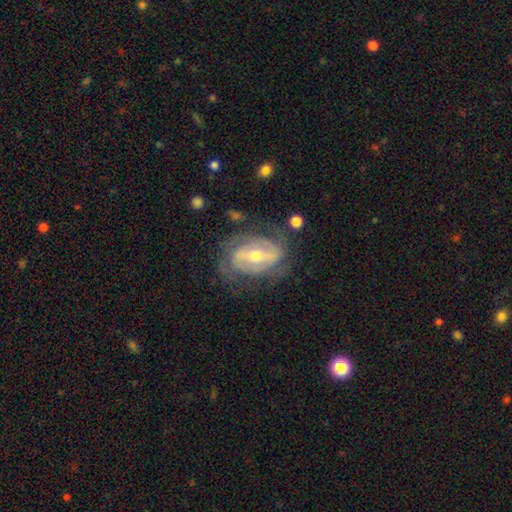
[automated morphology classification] Q: Smooth or featured?
A: featured or disk (83%); runner-up: smooth (12%)
Q: Edge-on disk?
A: no (95%); runner-up: yes (5%)
Q: Bar?
A: strong (54%); runner-up: weak (33%)
Q: Spiral arms?
A: yes (86%); runner-up: no (14%)
Q: Spiral winding?
A: tight (45%); runner-up: medium (39%)
Q: Spiral arm count?
A: 2 (65%); runner-up: can't tell (19%)
Q: Bulge size?
A: moderate (59%); runner-up: small (36%)
Q: Merging?
A: none (69%); runner-up: minor disturbance (19%)